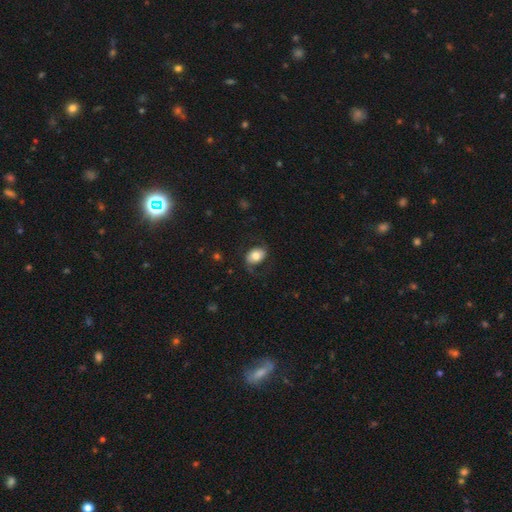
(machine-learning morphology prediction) The model was most divided on "smooth or featured": smooth: 64%, featured or disk: 29%, star or artifact: 7%. More confident: how rounded — in between (79%); merging — none (68%).